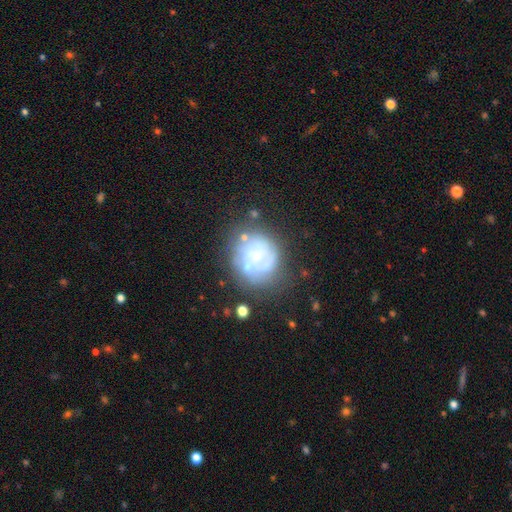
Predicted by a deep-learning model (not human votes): Q: Smooth or featured?
A: featured or disk (63%); runner-up: smooth (27%)
Q: Edge-on disk?
A: no (98%); runner-up: yes (2%)
Q: Bar?
A: no (78%); runner-up: weak (17%)
Q: Spiral arms?
A: yes (56%); runner-up: no (44%)
Q: Bulge size?
A: small (58%); runner-up: moderate (20%)
Q: Merging?
A: none (58%); runner-up: minor disturbance (21%)